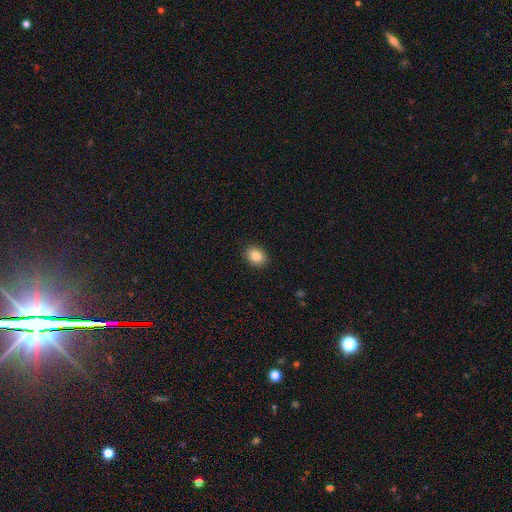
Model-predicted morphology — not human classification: Overall: smooth (85%). How rounded: in between (56%; round 43%). Merging: none (90%).